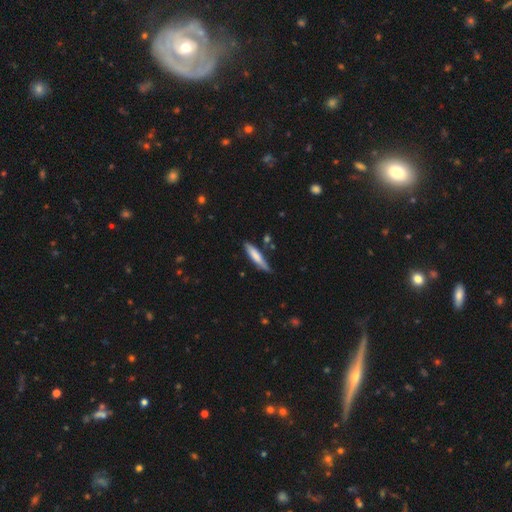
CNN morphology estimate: The model was most divided on "smooth or featured": smooth: 71%, featured or disk: 23%, star or artifact: 5%. More confident: how rounded — cigar-shaped (85%); merging — none (71%).